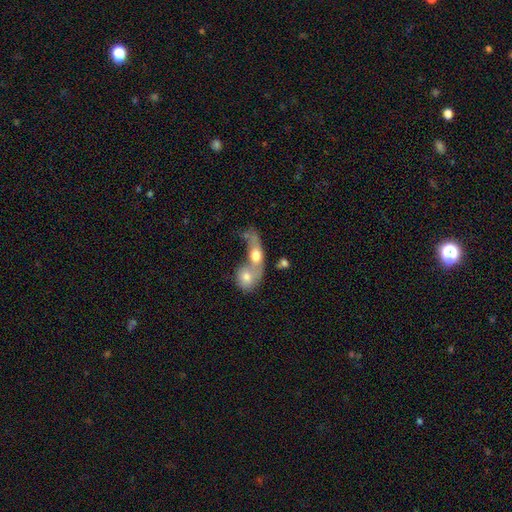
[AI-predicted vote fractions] The model was most divided on "how rounded": in between: 59%, round: 28%, cigar-shaped: 13%. More confident: merging — merger (78%); smooth or featured — smooth (65%).